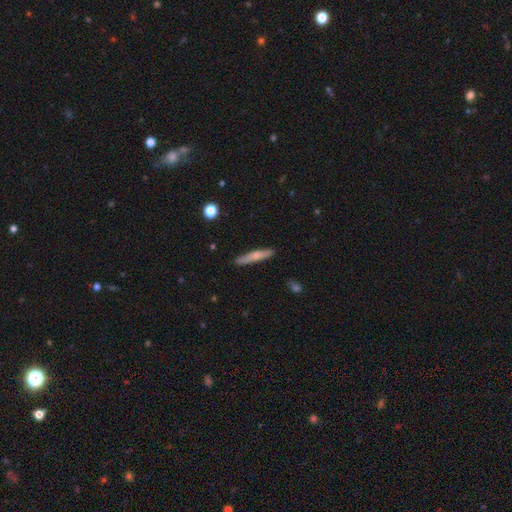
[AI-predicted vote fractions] Q: Smooth or featured?
A: smooth (64%); runner-up: featured or disk (30%)
Q: How rounded?
A: cigar-shaped (93%); runner-up: in between (6%)
Q: Merging?
A: none (88%); runner-up: minor disturbance (9%)